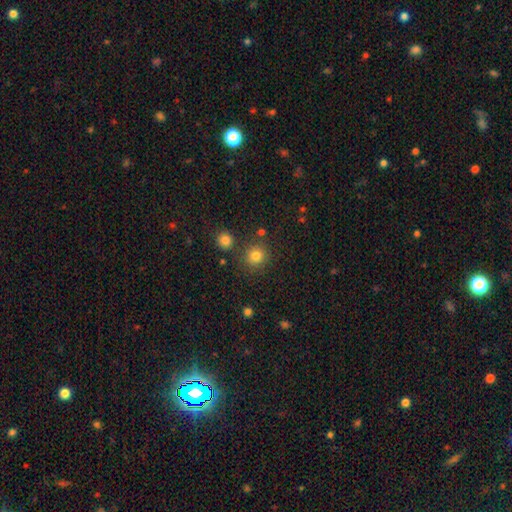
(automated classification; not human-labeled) smooth_or_featured: smooth (p=0.81) [alt: star or artifact p=0.14]
how_rounded: round (p=0.89) [alt: in between p=0.10]
merging: none (p=0.84) [alt: minor disturbance p=0.08]